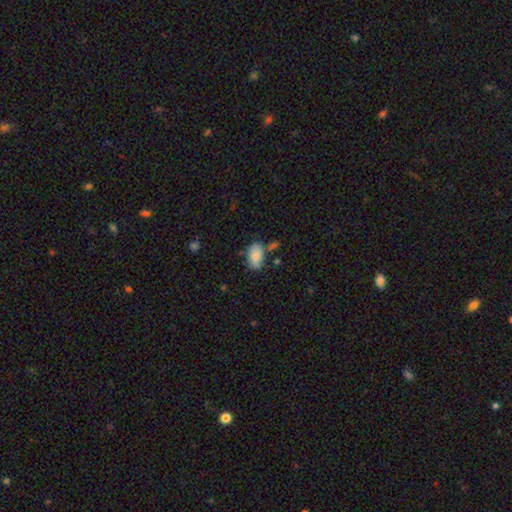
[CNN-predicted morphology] This appears to be a smooth galaxy with no disk features (80%) that is in between round and cigar-shaped (92%). Merging: none (64%).